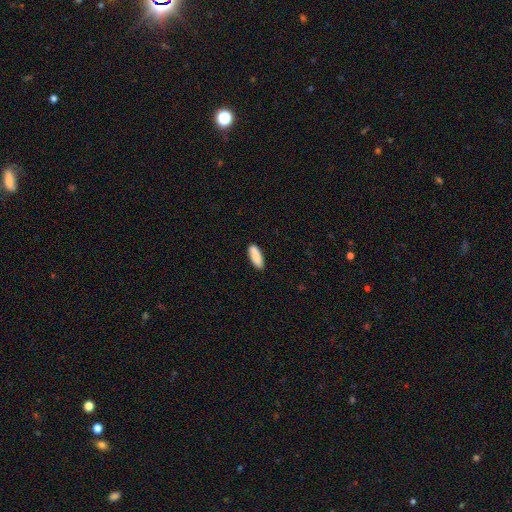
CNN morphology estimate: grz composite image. It shows a smooth galaxy with no disk features (87%) that is in between round and cigar-shaped (63%). Merging: none (85%).